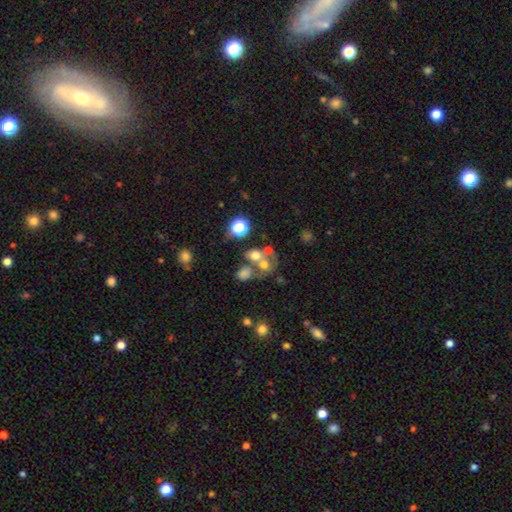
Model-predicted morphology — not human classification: Q: Smooth or featured?
A: smooth (57%); runner-up: featured or disk (23%)
Q: How rounded?
A: round (66%); runner-up: in between (33%)
Q: Merging?
A: merger (50%); runner-up: none (33%)